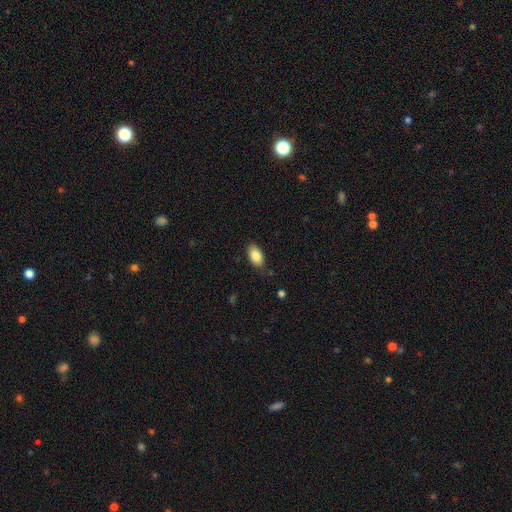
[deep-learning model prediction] Morphology: type=smooth (85%); roundness=in between (93%); merging=none (83%).